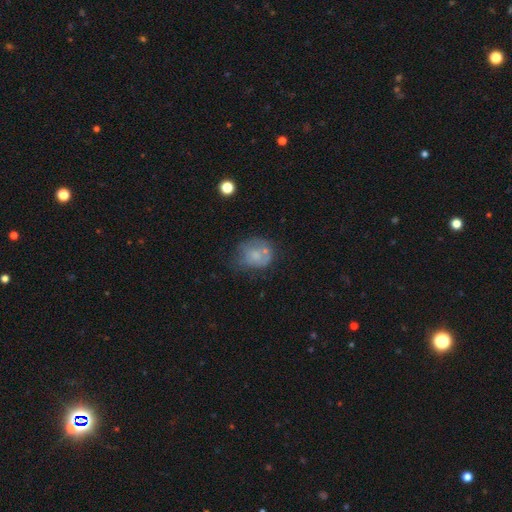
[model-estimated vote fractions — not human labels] This appears to be a smooth galaxy with no disk features (58%) that is round (58%). Merging: none (38%).